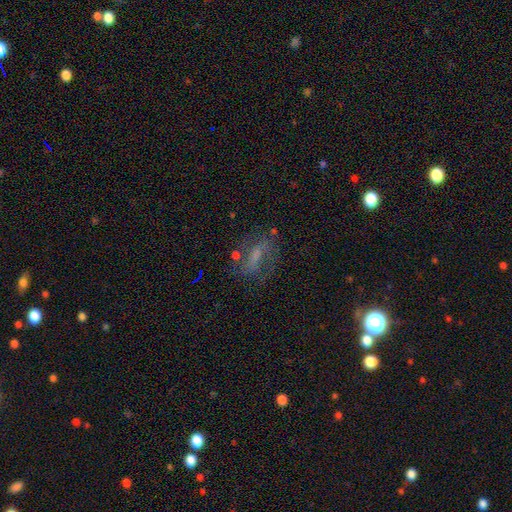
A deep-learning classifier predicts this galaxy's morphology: Smooth or featured: featured or disk — 52% (smooth — 30%)
Edge-on disk: no — 87% (yes — 13%)
Merging: none — 63% (minor disturbance — 18%)